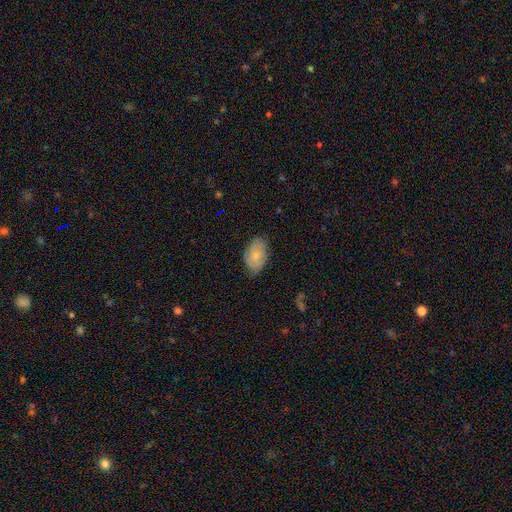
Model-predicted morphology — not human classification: Overall: smooth (70%). How rounded: in between (92%). Merging: none (71%).